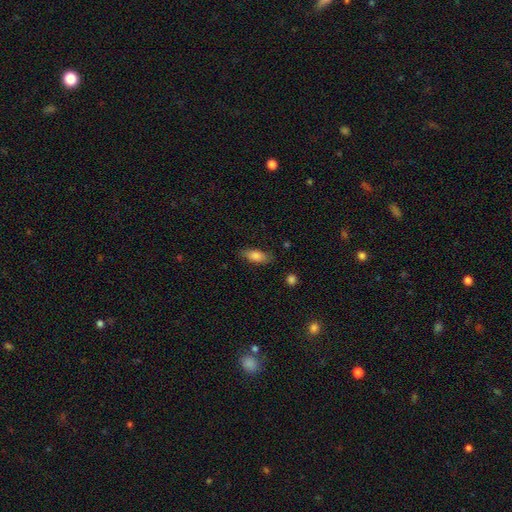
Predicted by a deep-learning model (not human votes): This is likely a smooth galaxy (79%). How rounded: likely in between (75%). Merging: likely none (80%).